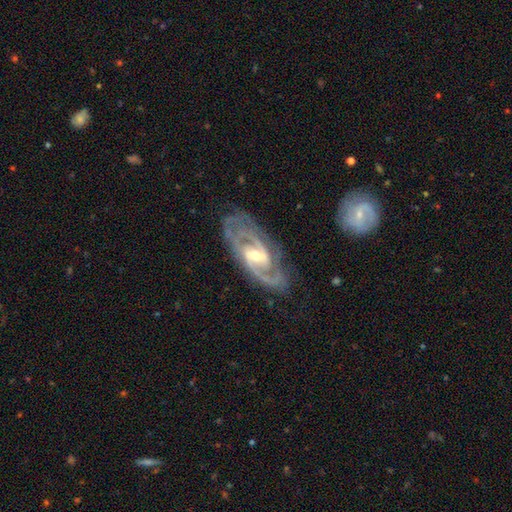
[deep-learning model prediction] A featured or disk galaxy (91%) with a weak bar (49%), 2 (66%) tight (47%) spiral arms (98%) and a moderate central bulge (56%). Merging: none (75%).